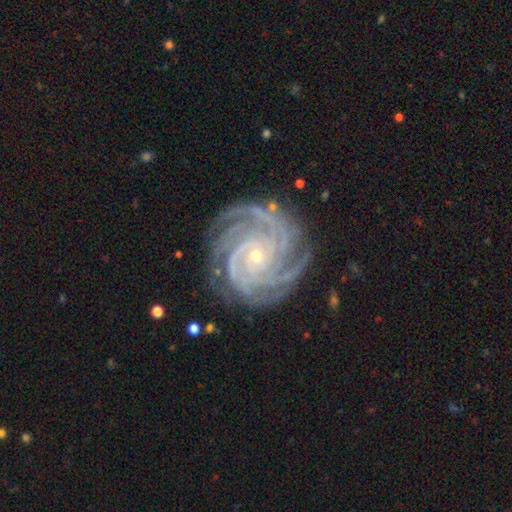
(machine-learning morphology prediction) Smooth or featured? Predicted: featured or disk (p=0.93). Edge-on disk? Predicted: no (p=0.98). Bar? Predicted: no (p=0.71). Spiral arms? Predicted: yes (p=0.99). Spiral winding? Predicted: tight (p=0.82). Spiral arm count? Predicted: 4 (p=0.35). Bulge size? Predicted: small (p=0.84). Merging? Predicted: none (p=0.82).